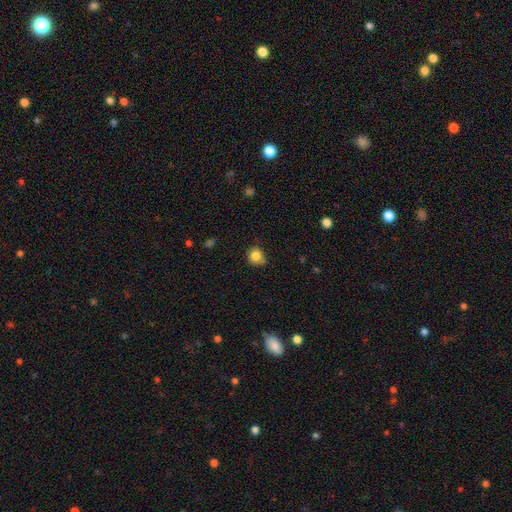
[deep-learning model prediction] The model was most divided on "merging": none: 71%, minor disturbance: 21%, merger: 4%, major disturbance: 4%. More confident: how rounded — round (86%); smooth or featured — smooth (83%).